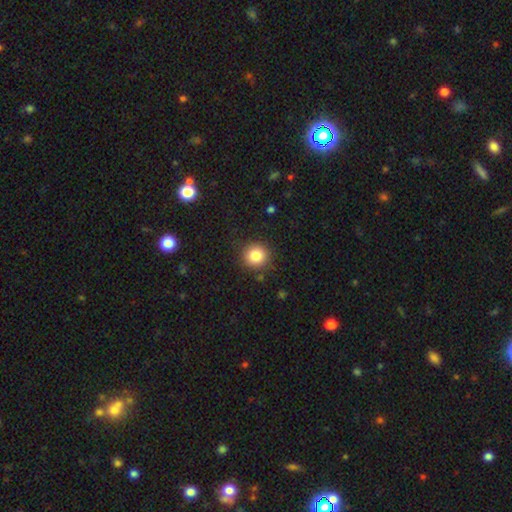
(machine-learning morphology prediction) Smooth or featured? Predicted: smooth (p=0.83). How rounded? Predicted: round (p=0.93). Merging? Predicted: none (p=0.89).